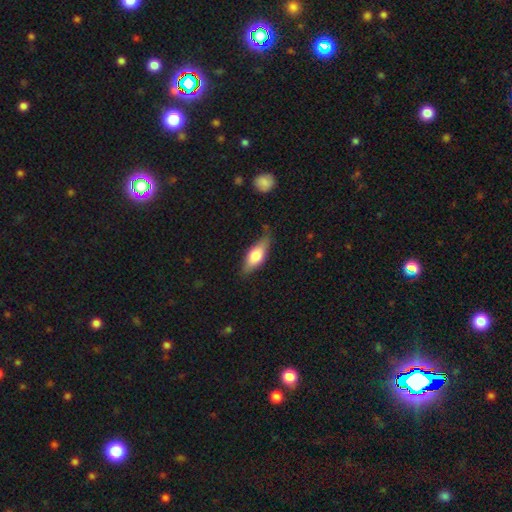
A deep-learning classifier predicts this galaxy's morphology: smooth_or_featured: smooth (p=0.62) [alt: featured or disk p=0.32]
how_rounded: in between (p=0.69) [alt: cigar-shaped p=0.27]
merging: none (p=0.72) [alt: minor disturbance p=0.21]